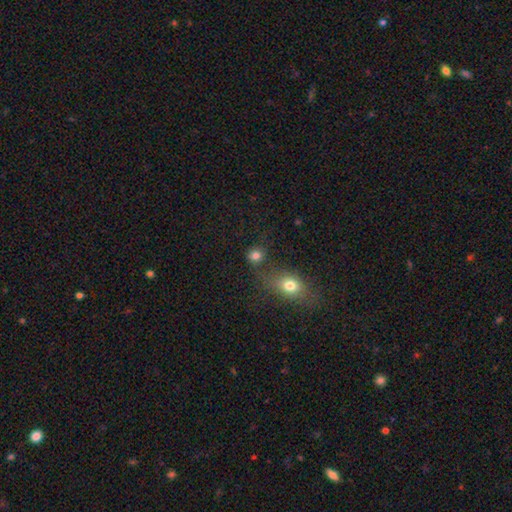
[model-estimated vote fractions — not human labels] A smooth galaxy with no disk features (81%) that is round (82%).

Vote fractions:
- Smooth or featured? smooth: 81% / star or artifact: 13% / featured or disk: 6%
- How rounded? round: 82% / in between: 17% / cigar-shaped: 1%
- Merging? none: 63% / merger: 21% / minor disturbance: 11% / major disturbance: 6%